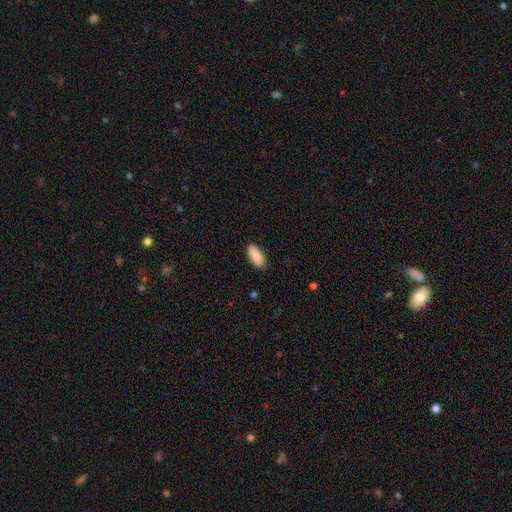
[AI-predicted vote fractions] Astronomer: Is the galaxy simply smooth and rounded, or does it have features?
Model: smooth — 89%.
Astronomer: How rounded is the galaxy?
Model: in between — 84%.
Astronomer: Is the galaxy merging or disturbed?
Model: none — 87%.